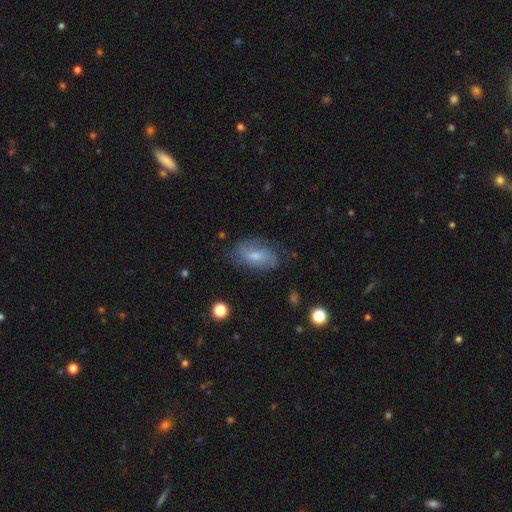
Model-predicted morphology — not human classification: Smooth or featured: smooth — 53% (featured or disk — 39%)
How rounded: in between — 90% (round — 6%)
Merging: none — 70% (minor disturbance — 21%)